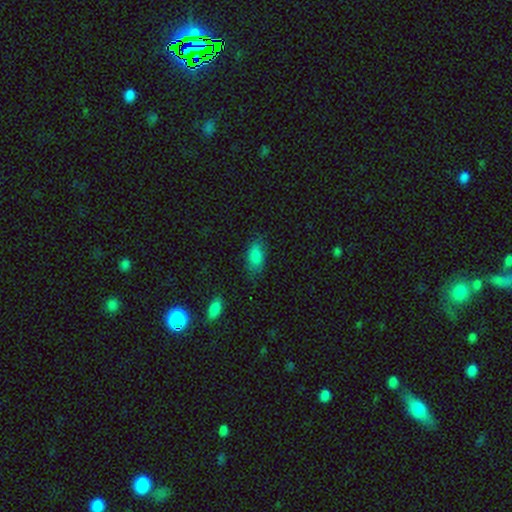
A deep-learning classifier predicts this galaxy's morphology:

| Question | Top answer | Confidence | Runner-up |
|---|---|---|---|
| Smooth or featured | smooth | 84% | star or artifact (10%) |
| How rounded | in between | 90% | cigar-shaped (7%) |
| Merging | none | 74% | minor disturbance (19%) |